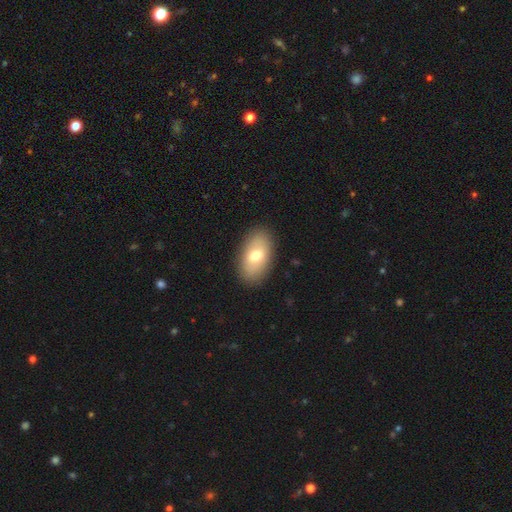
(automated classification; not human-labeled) A smooth galaxy with no disk features (68%) that is in between round and cigar-shaped (92%). Merging: none (88%).